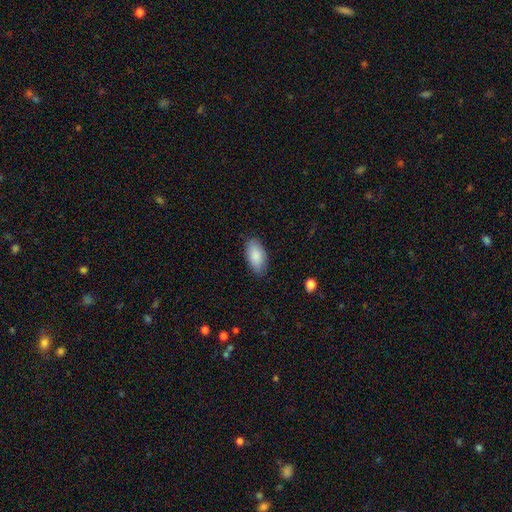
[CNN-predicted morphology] A smooth galaxy with no disk features (87%) that is in between round and cigar-shaped (94%).

Vote fractions:
- Smooth or featured? smooth: 87% / featured or disk: 7% / star or artifact: 6%
- How rounded? in between: 94% / cigar-shaped: 3% / round: 3%
- Merging? none: 84% / minor disturbance: 12% / major disturbance: 3% / merger: 1%